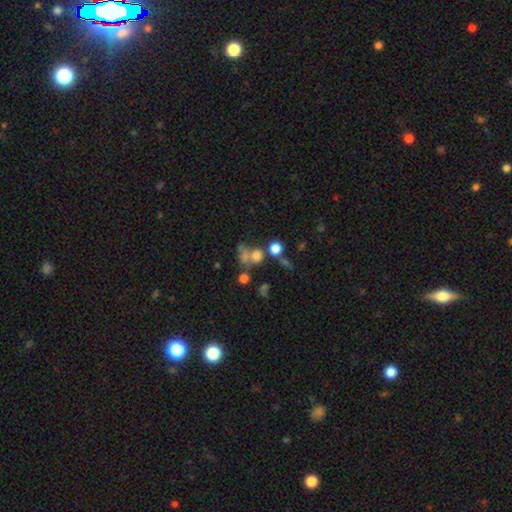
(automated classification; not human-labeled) This appears to be a smooth galaxy with no disk features (64%) that is round (79%). Merging: none (41%).